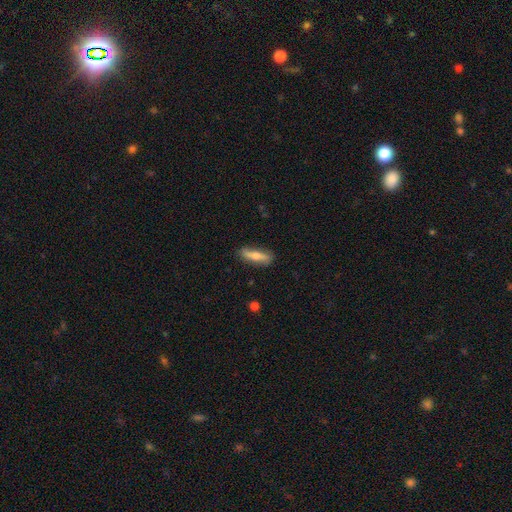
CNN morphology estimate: smooth-or-featured: smooth: 48% | featured or disk: 45% | star or artifact: 6%
  merging: none: 82% | minor disturbance: 14% | major disturbance: 3% | merger: 1%